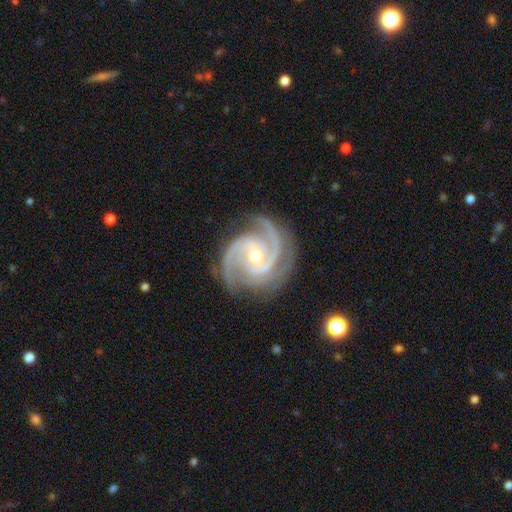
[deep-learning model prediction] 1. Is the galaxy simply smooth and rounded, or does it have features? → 94% featured or disk, 4% star or artifact, 2% smooth.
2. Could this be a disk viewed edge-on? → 98% no, 2% yes.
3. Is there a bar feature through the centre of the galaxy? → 46% weak, 29% no, 25% strong.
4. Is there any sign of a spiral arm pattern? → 99% yes, 1% no.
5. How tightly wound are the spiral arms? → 53% tight, 42% medium, 5% loose.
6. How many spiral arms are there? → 53% 3, 30% 2, 6% 4, 5% can't tell, 3% 1, 3% more than 4.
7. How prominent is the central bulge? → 50% moderate, 47% small, 1% large, 1% none, 1% dominant.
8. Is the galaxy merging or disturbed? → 78% none, 16% minor disturbance, 5% major disturbance, 1% merger.